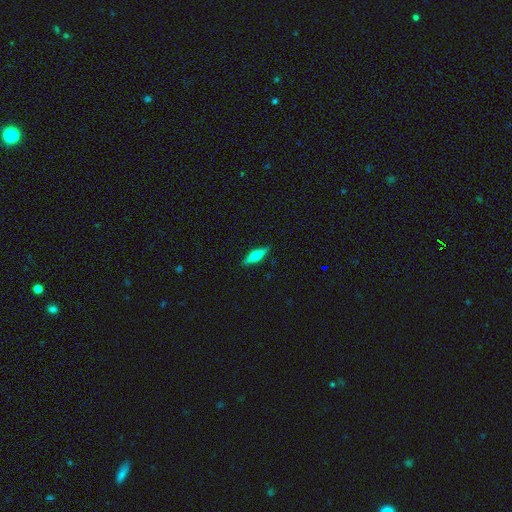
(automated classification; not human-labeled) Smooth or featured?
  - smooth: 48% *
  - featured or disk: 46%
  - star or artifact: 6%
Merging?
  - none: 89% *
  - minor disturbance: 8%
  - major disturbance: 2%
  - merger: 1%